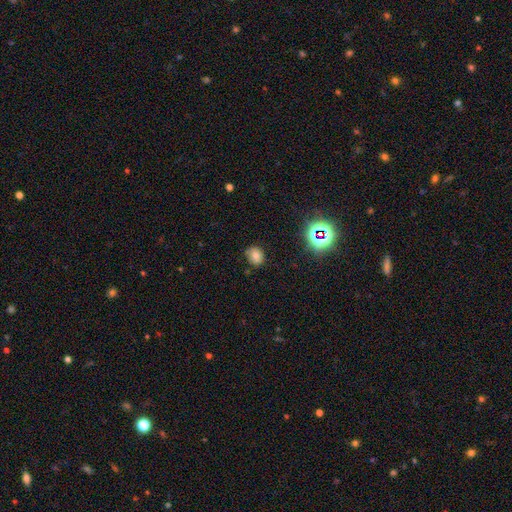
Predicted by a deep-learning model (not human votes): This appears to be a smooth galaxy with no disk features (72%) that is round (62%). Merging: none (80%).